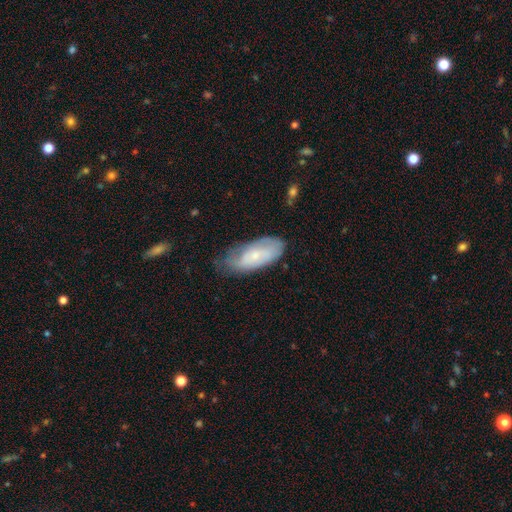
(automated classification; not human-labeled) Smooth or featured: smooth — 50% (featured or disk — 43%)
Merging: none — 54% (minor disturbance — 33%)